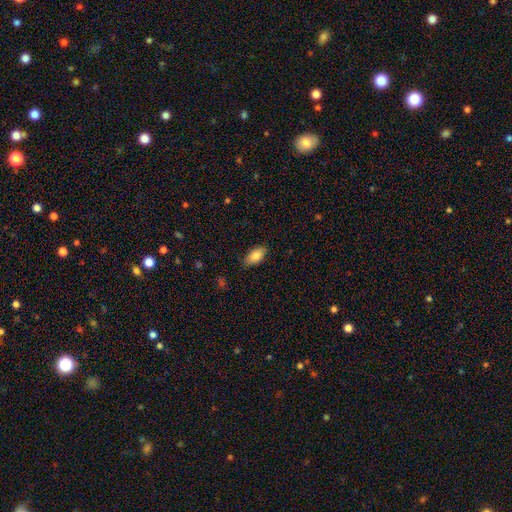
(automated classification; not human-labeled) smooth-or-featured: smooth: 85% | featured or disk: 8% | star or artifact: 7%
  how-rounded: in between: 93% | round: 4% | cigar-shaped: 4%
  merging: none: 85% | minor disturbance: 12% | major disturbance: 2% | merger: 1%